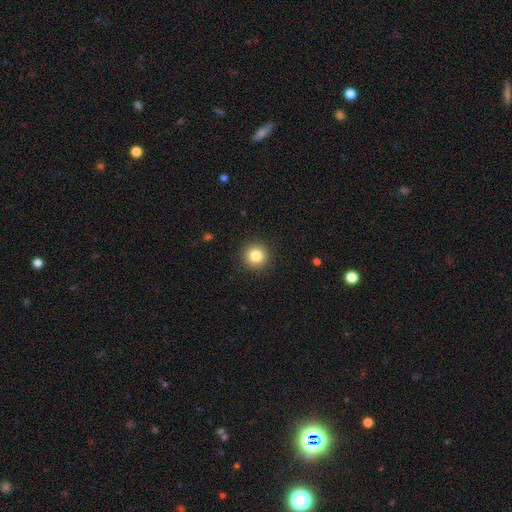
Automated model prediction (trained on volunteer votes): Smooth or featured? Predicted: smooth (p=0.84). How rounded? Predicted: round (p=0.95). Merging? Predicted: none (p=0.92).